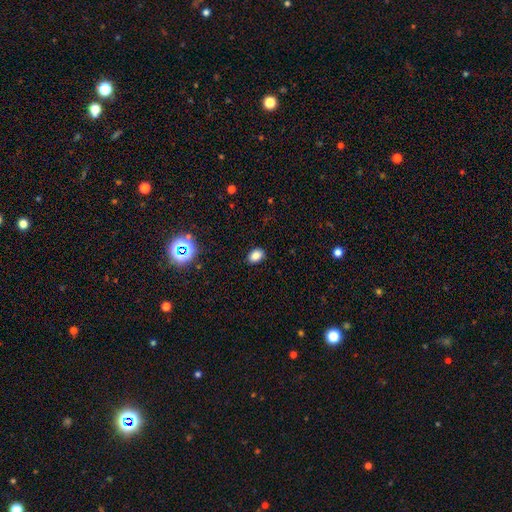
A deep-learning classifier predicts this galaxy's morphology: Smooth or featured: smooth — 83% (star or artifact — 13%)
How rounded: in between — 79% (round — 20%)
Merging: none — 87% (minor disturbance — 9%)